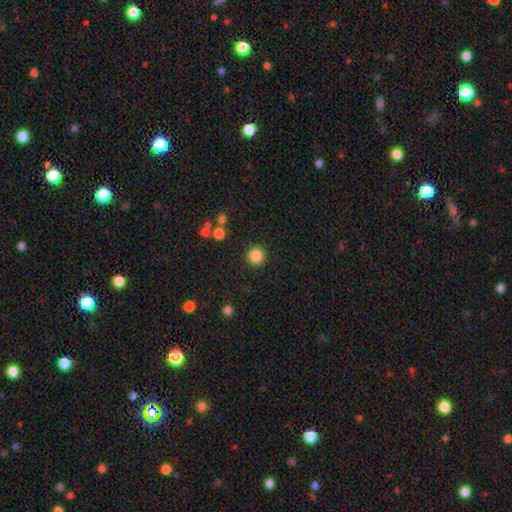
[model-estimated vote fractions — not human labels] Morphology: type=smooth (85%); roundness=round (94%); merging=none (89%).